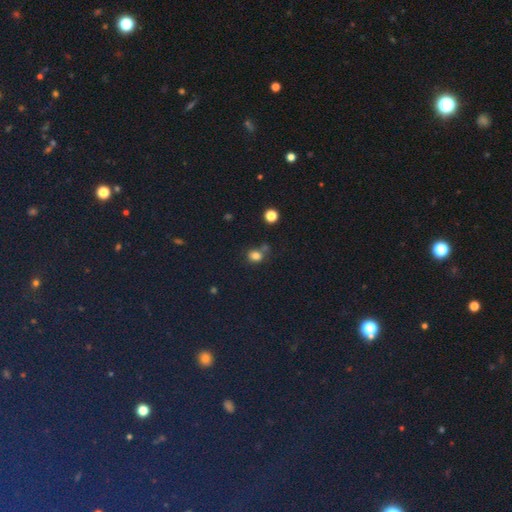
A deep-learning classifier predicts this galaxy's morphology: A smooth galaxy with no disk features (78%) that is round (61%). Merging: none (55%).